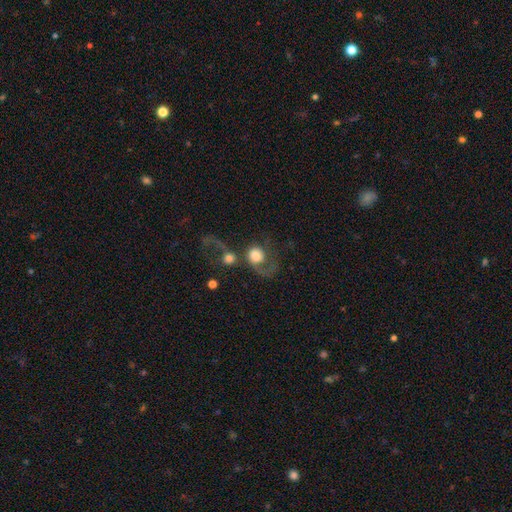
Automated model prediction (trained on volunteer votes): smooth-or-featured: smooth: 53% | featured or disk: 38% | star or artifact: 9%
  how-rounded: round: 73% | in between: 26% | cigar-shaped: 1%
  merging: merger: 42% | major disturbance: 31% | none: 18% | minor disturbance: 9%